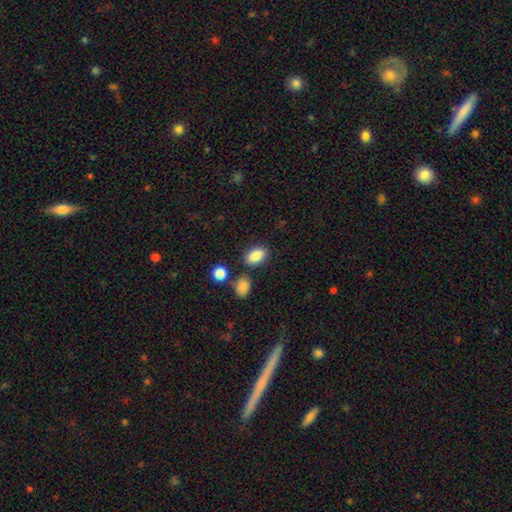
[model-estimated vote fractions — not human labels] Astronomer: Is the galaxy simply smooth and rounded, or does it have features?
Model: smooth — 87%.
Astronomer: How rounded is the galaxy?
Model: in between — 88%.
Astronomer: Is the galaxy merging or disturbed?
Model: none — 78%.